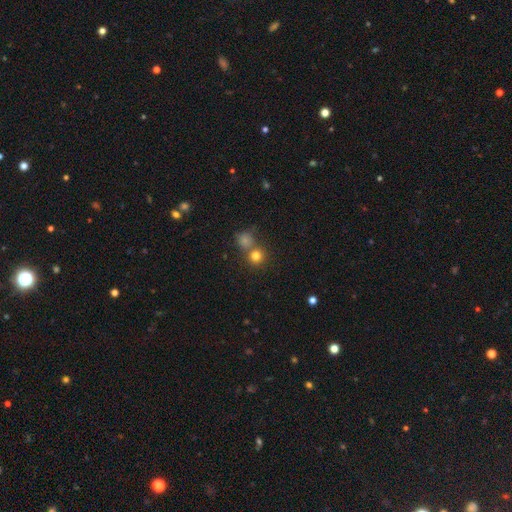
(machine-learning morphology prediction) A smooth galaxy with no disk features (78%) that is round (90%). Merging: none (61%).